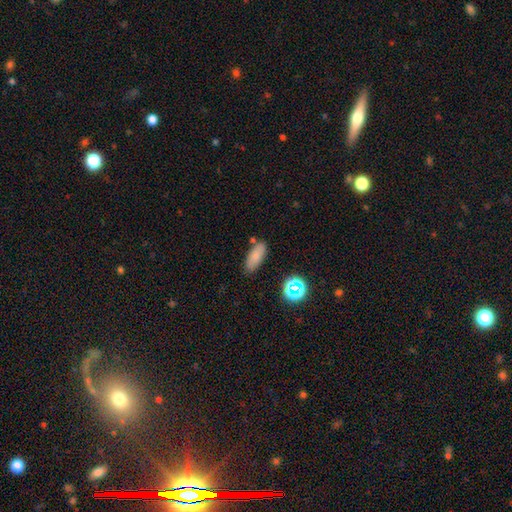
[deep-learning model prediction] Smooth or featured? smooth (78%)
How rounded? in between (78%)
Merging? none (75%)